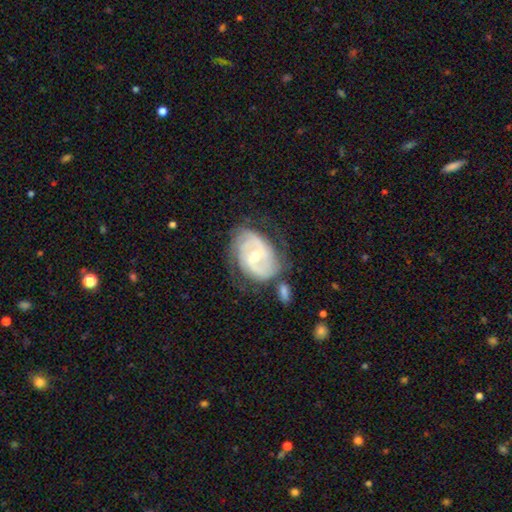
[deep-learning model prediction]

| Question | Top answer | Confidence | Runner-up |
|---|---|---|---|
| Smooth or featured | featured or disk | 84% | smooth (11%) |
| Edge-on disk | no | 97% | yes (3%) |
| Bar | weak | 50% | no (31%) |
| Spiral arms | yes | 92% | no (8%) |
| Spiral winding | tight | 50% | medium (36%) |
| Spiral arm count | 2 | 58% | can't tell (22%) |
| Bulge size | moderate | 58% | small (38%) |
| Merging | none | 60% | minor disturbance (22%) |